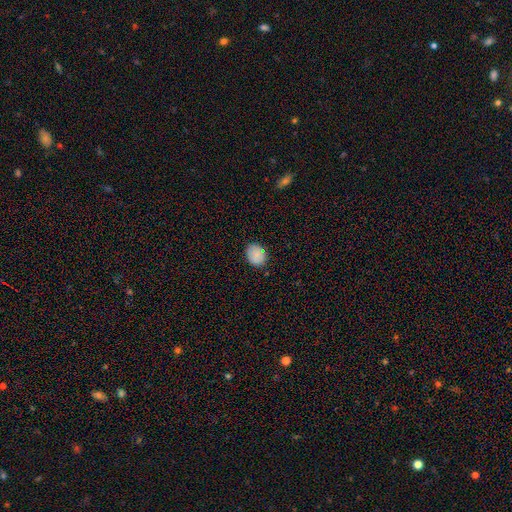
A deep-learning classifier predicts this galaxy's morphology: Smooth or featured? smooth (84%)
How rounded? round (52%)
Merging? none (84%)